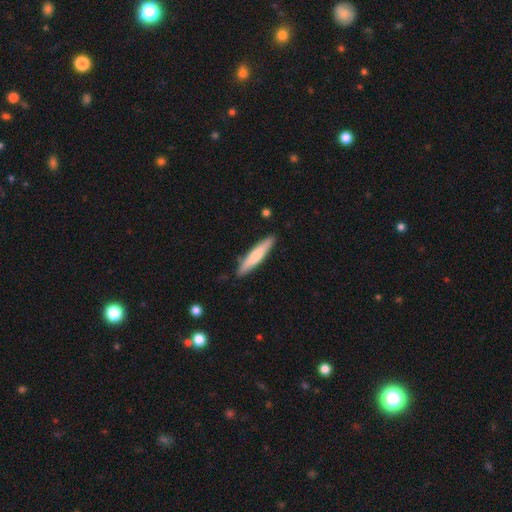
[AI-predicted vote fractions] Overall: smooth (71%). How rounded: cigar-shaped (89%). Merging: none (87%).